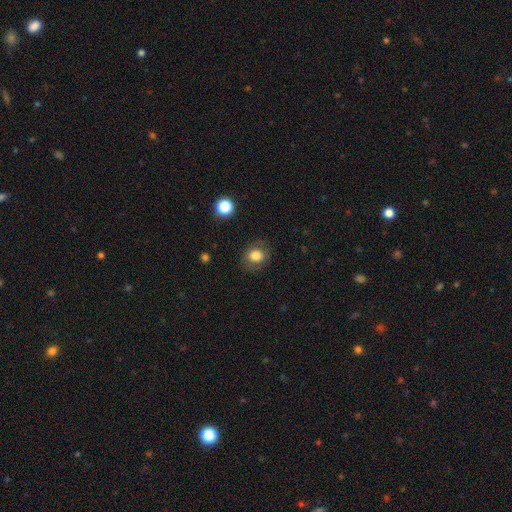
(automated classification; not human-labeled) Smooth or featured: smooth — 79% (featured or disk — 11%)
How rounded: round — 66% (in between — 33%)
Merging: none — 82% (minor disturbance — 12%)